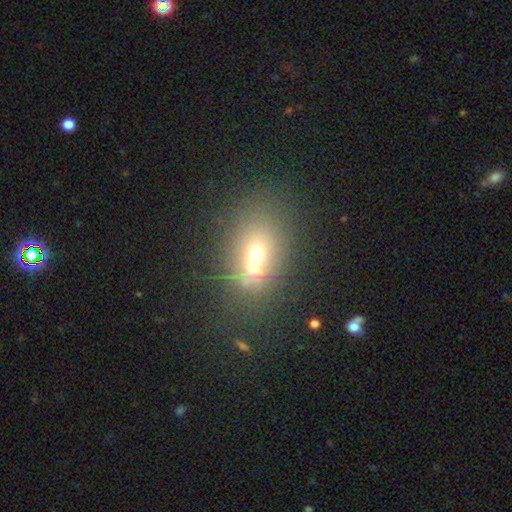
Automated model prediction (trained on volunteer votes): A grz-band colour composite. It shows a smooth galaxy with no disk features (54%) that is in between round and cigar-shaped (64%). Merging: merger (50%).